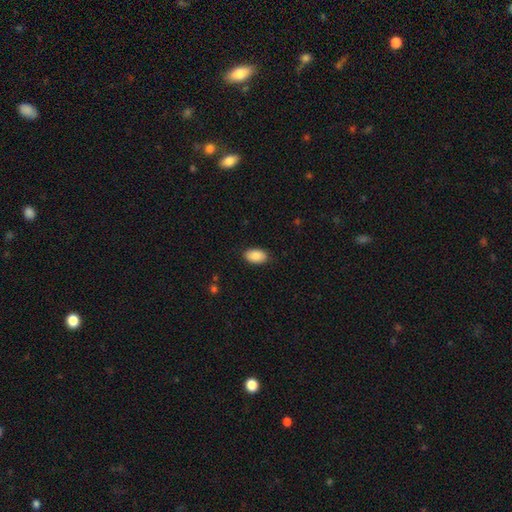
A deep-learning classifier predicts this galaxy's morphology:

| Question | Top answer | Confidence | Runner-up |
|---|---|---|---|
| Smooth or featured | smooth | 89% | star or artifact (7%) |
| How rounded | in between | 93% | round (5%) |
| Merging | none | 87% | minor disturbance (10%) |